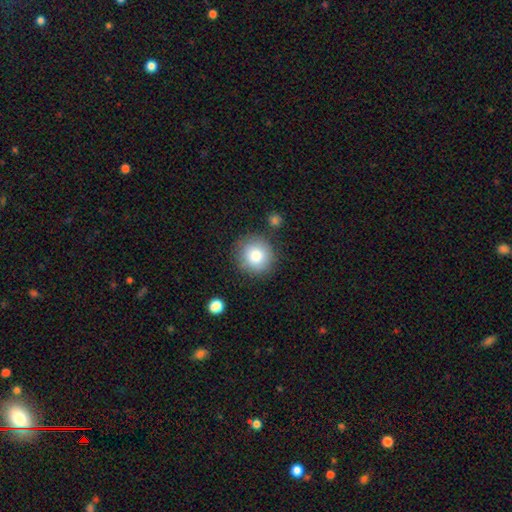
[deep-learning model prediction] smooth 83%, star or artifact 9%, featured or disk 9%. Down the decision tree: how rounded — round (91%); merging — none (82%).